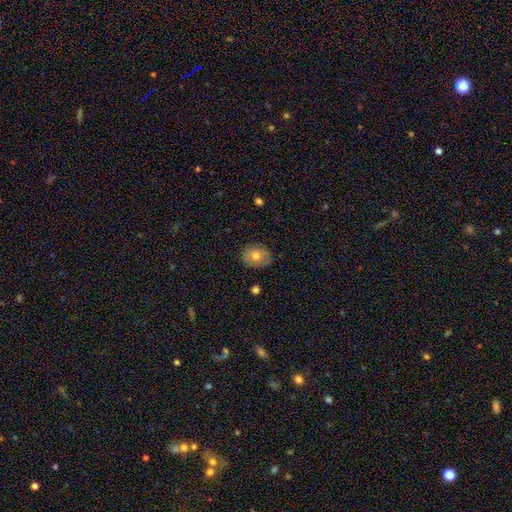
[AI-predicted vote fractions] Overall: smooth (72%). How rounded: round (56%; in between 43%). Merging: none (79%).